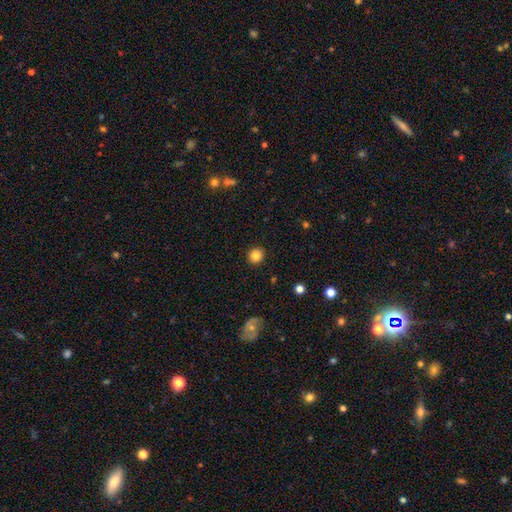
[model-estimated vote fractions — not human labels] This appears to be a smooth galaxy with no disk features (84%) that is round (91%). Merging: none (92%).